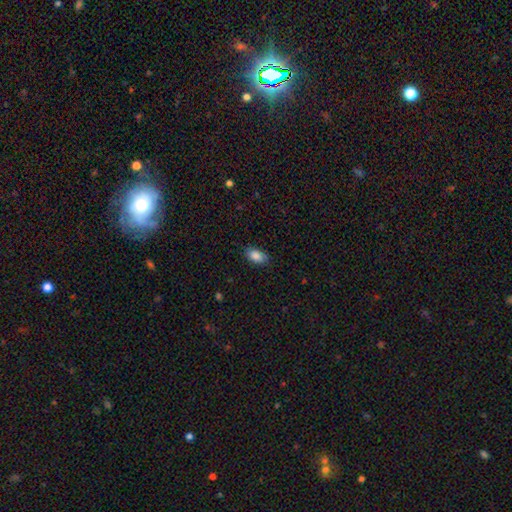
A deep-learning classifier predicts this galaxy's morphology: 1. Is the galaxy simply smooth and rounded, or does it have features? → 87% smooth, 8% star or artifact, 5% featured or disk.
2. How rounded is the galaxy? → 91% in between, 5% round, 3% cigar-shaped.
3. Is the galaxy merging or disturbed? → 85% none, 12% minor disturbance, 3% major disturbance, 1% merger.